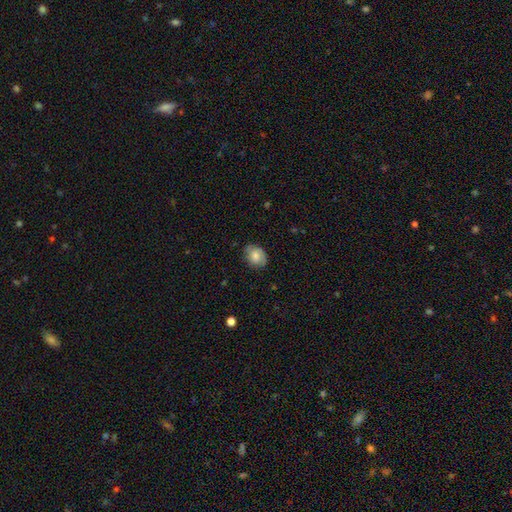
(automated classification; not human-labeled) Q: Smooth or featured?
A: smooth (73%); runner-up: featured or disk (19%)
Q: How rounded?
A: in between (58%); runner-up: round (41%)
Q: Merging?
A: none (73%); runner-up: minor disturbance (21%)